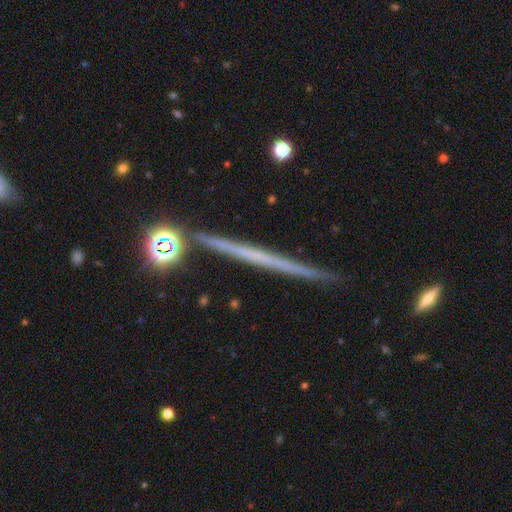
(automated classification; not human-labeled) Smooth or featured: featured or disk — 65% (smooth — 26%)
Edge-on disk: yes — 97% (no — 3%)
Edge-on bulge: none — 90% (rounded — 6%)
Merging: none — 89% (minor disturbance — 7%)